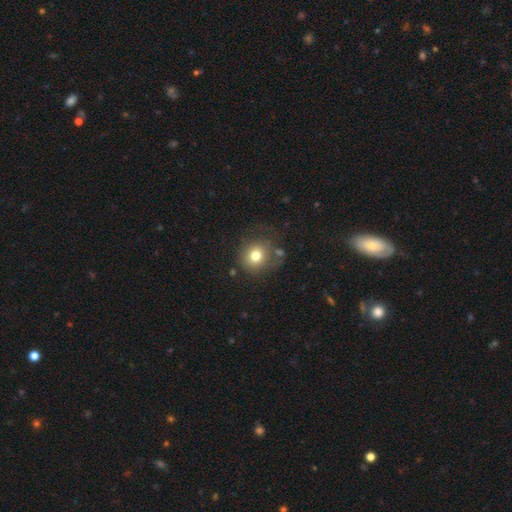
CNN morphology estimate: Q: Smooth or featured?
A: smooth (76%); runner-up: featured or disk (13%)
Q: How rounded?
A: round (83%); runner-up: in between (16%)
Q: Merging?
A: none (64%); runner-up: minor disturbance (19%)